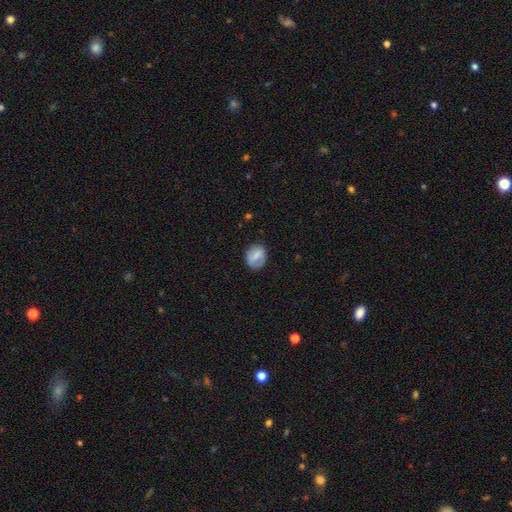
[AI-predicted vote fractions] smooth_or_featured: smooth (p=0.67) [alt: featured or disk p=0.25]
how_rounded: round (p=0.55) [alt: in between p=0.44]
merging: none (p=0.78) [alt: minor disturbance p=0.16]